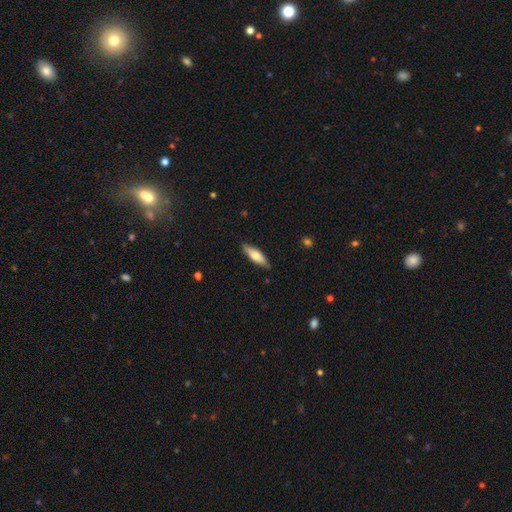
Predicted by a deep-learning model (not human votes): Overall: smooth (61%; featured or disk 33%). How rounded: cigar-shaped (56%; in between 42%). Merging: none (87%).